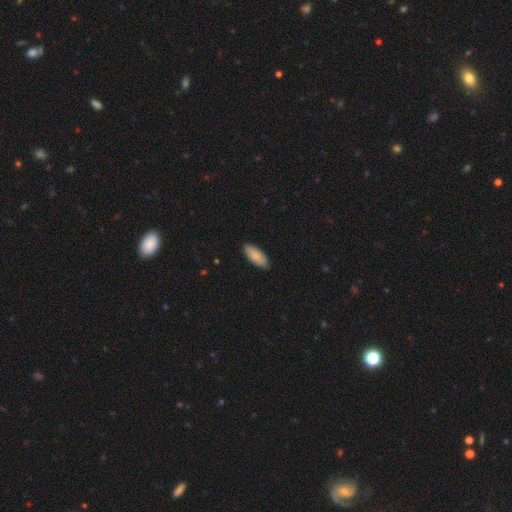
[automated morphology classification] smooth-or-featured: smooth: 86% | featured or disk: 9% | star or artifact: 5%
  how-rounded: in between: 82% | cigar-shaped: 17% | round: 2%
  merging: none: 87% | minor disturbance: 10% | major disturbance: 2% | merger: 1%